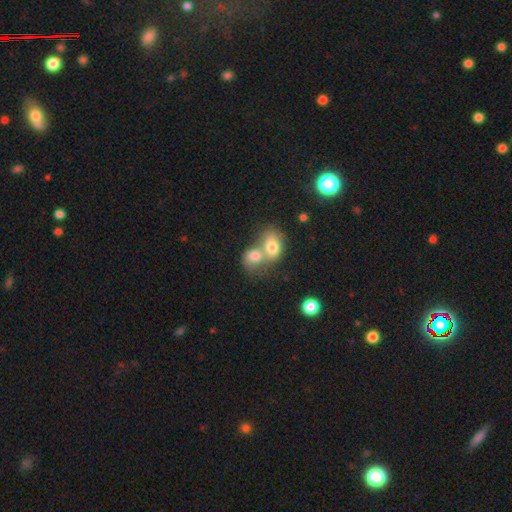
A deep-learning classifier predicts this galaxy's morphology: Smooth or featured? smooth (72%)
How rounded? in between (53%)
Merging? merger (73%)